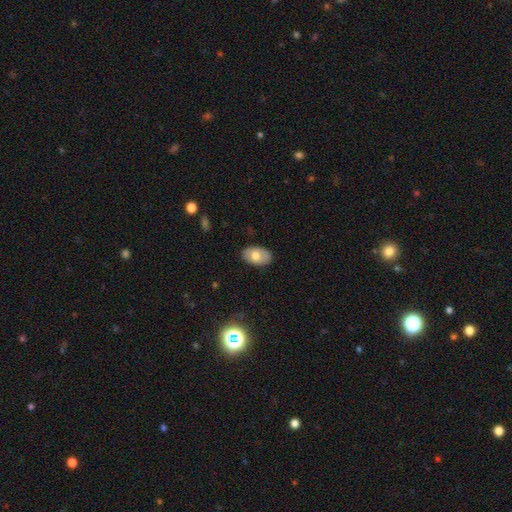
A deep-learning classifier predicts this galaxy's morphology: This appears to be a smooth galaxy with no disk features (67%) that is in between round and cigar-shaped (91%). Merging: none (85%).